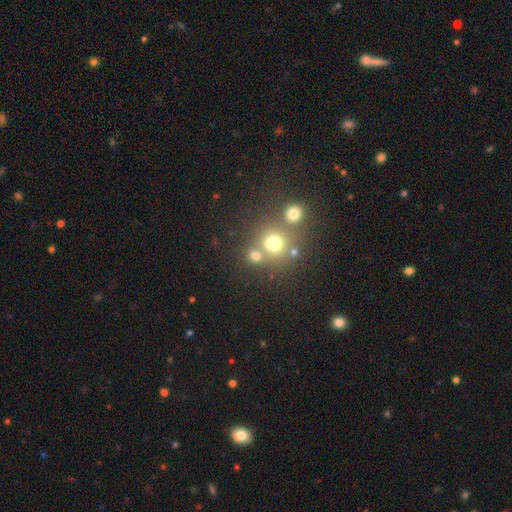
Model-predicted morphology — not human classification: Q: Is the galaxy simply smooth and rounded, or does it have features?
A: smooth — 68%.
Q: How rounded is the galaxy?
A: round — 84%.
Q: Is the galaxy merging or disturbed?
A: none — 57%.